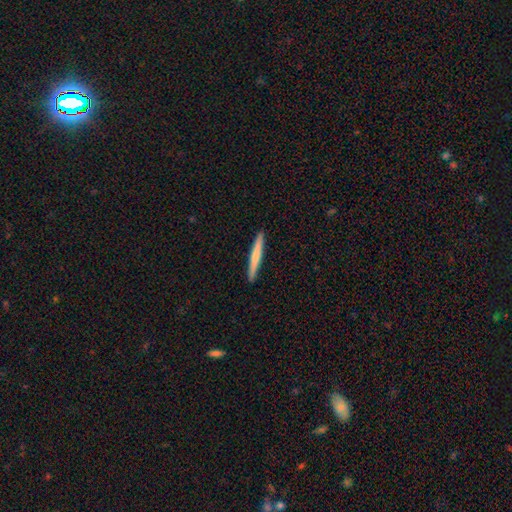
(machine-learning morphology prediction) Smooth or featured? Predicted: smooth (p=0.62). How rounded? Predicted: cigar-shaped (p=0.96). Merging? Predicted: none (p=0.92).